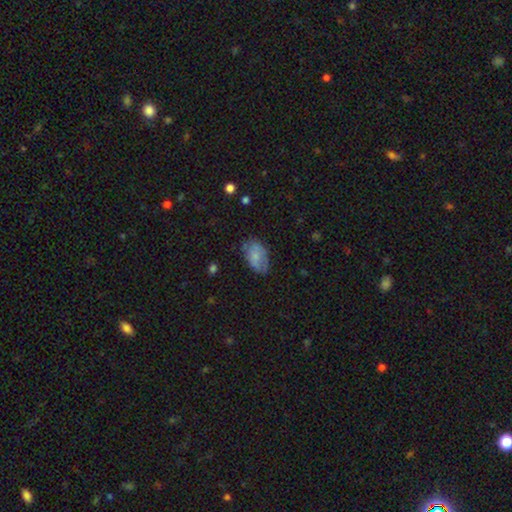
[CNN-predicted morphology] smooth-or-featured: smooth: 68% | featured or disk: 24% | star or artifact: 7%
  how-rounded: in between: 91% | round: 8% | cigar-shaped: 1%
  merging: none: 63% | minor disturbance: 27% | major disturbance: 8% | merger: 2%